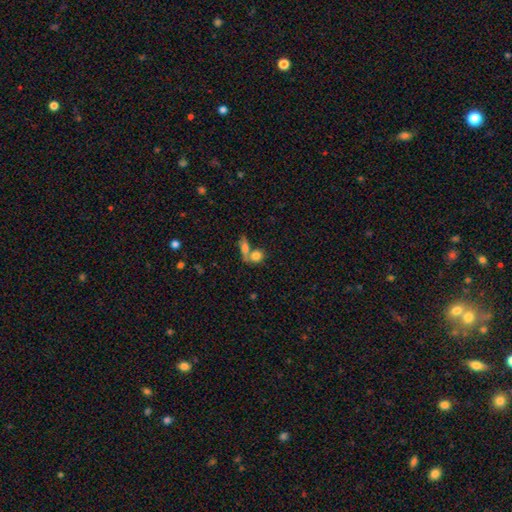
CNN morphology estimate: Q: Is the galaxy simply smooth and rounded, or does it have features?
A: smooth — 78%.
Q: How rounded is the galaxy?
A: round — 53%.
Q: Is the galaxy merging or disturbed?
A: merger — 51%.